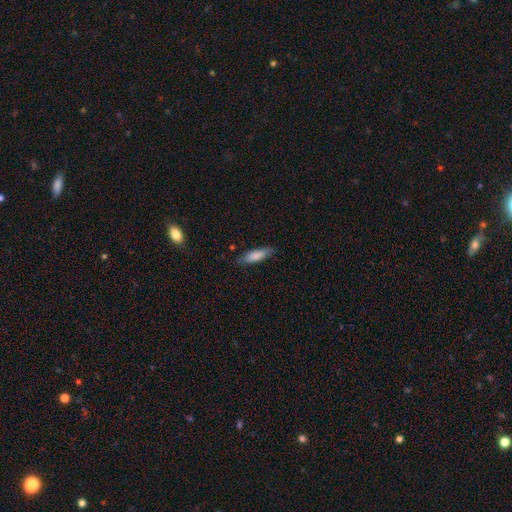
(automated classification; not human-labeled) smooth-or-featured: smooth: 82% | featured or disk: 12% | star or artifact: 6%
  how-rounded: cigar-shaped: 57% | in between: 41% | round: 1%
  merging: none: 80% | minor disturbance: 16% | major disturbance: 3% | merger: 1%